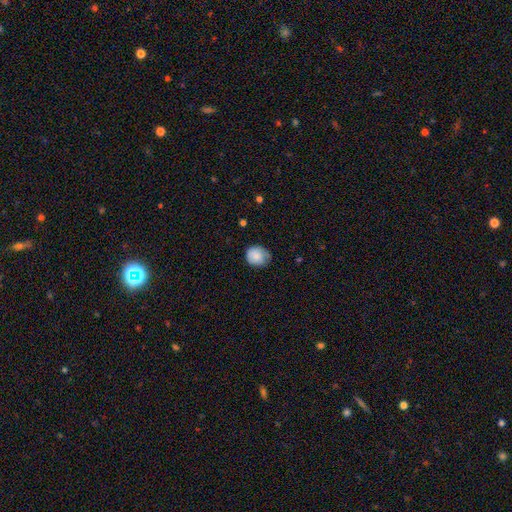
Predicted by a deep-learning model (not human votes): Overall: smooth (78%). How rounded: round (72%). Merging: none (60%; minor disturbance 32%).